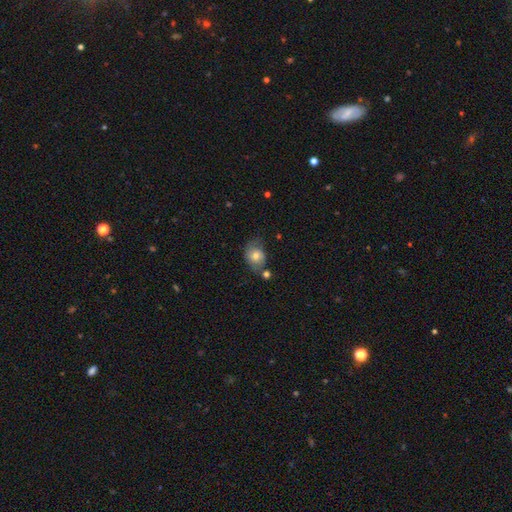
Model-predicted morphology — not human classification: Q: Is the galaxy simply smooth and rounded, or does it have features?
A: smooth — 64%.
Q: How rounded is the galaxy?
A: round — 55%.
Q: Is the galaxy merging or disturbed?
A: none — 50%.